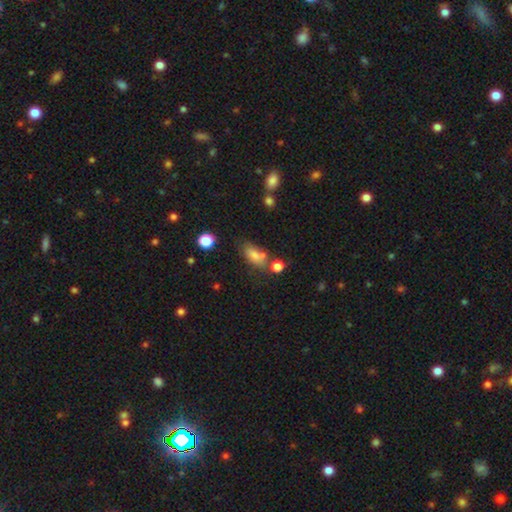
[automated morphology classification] Overall: smooth (77%). How rounded: in between (84%). Merging: none (52%; minor disturbance 21%).